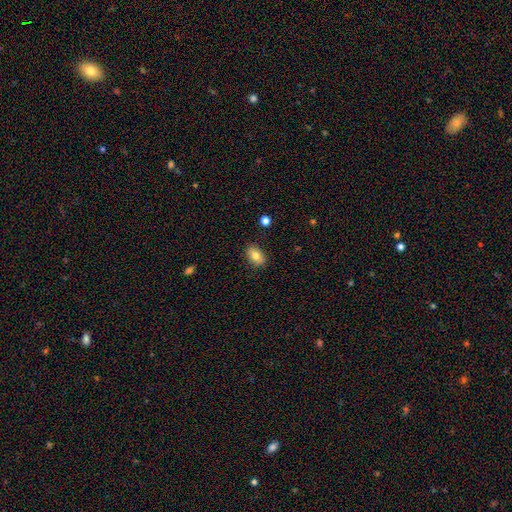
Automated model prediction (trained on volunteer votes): Morphology: type=smooth (80%); roundness=in between (86%); merging=none (87%).